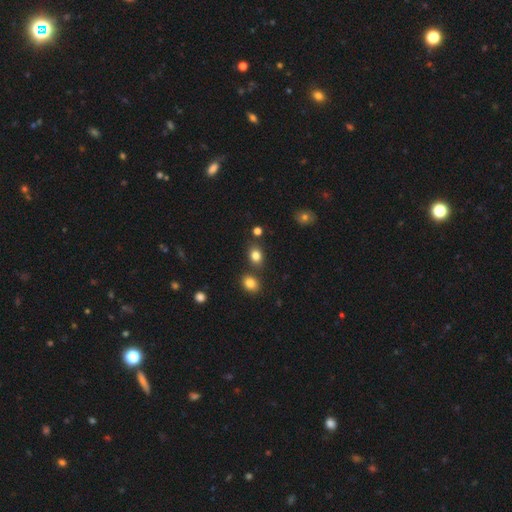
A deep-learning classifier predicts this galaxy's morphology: This appears to be a smooth galaxy with no disk features (82%) that is in between round and cigar-shaped (56%). Merging: none (72%).